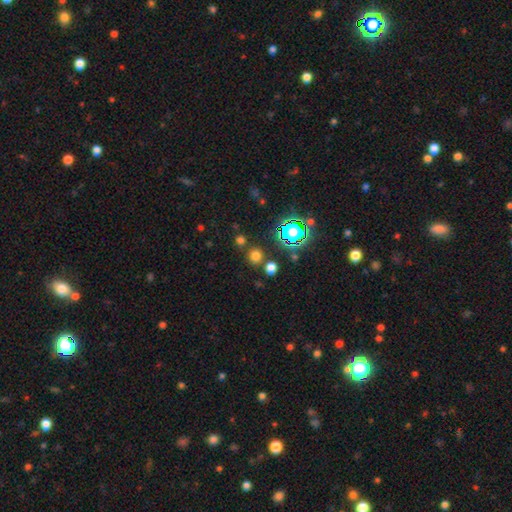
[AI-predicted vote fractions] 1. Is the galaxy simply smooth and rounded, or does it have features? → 69% smooth, 26% star or artifact, 6% featured or disk.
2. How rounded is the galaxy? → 85% round, 14% in between, 1% cigar-shaped.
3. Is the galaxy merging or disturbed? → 78% none, 12% merger, 7% minor disturbance, 3% major disturbance.